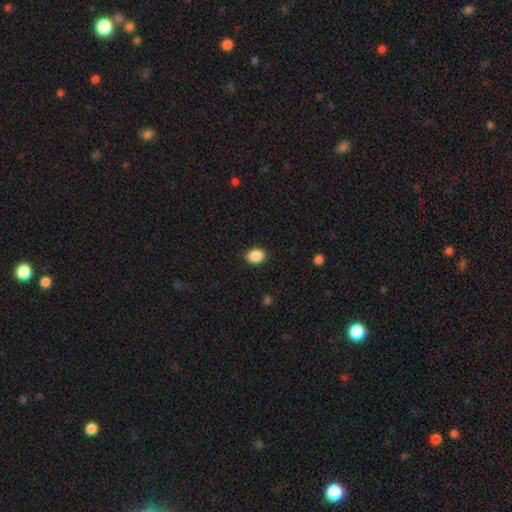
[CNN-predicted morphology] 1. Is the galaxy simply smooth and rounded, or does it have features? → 89% smooth, 8% star or artifact, 3% featured or disk.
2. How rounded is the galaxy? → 63% in between, 36% round, 1% cigar-shaped.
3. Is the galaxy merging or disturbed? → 90% none, 7% minor disturbance, 2% major disturbance, 1% merger.